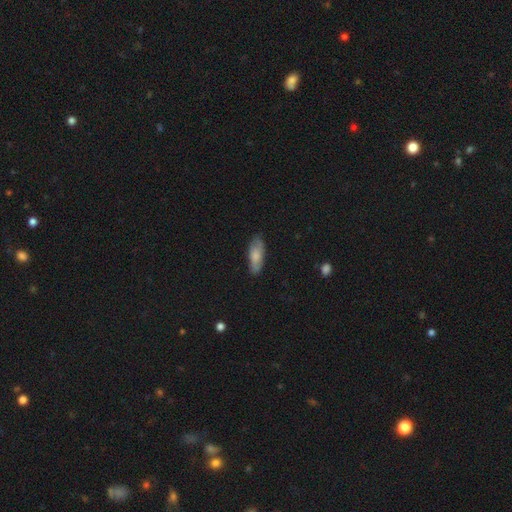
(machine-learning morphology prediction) Smooth or featured: smooth — 72% (featured or disk — 23%)
How rounded: in between — 70% (cigar-shaped — 28%)
Merging: none — 77% (minor disturbance — 19%)